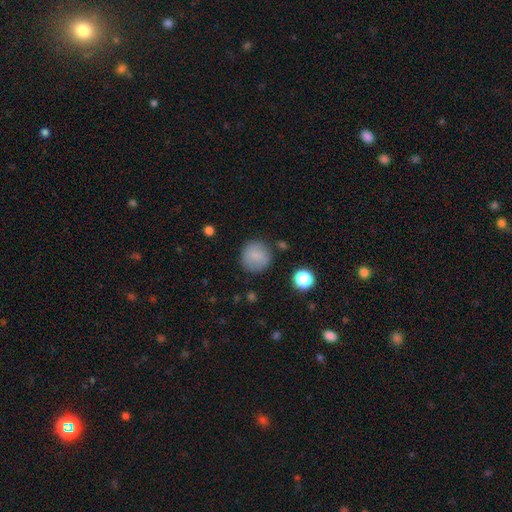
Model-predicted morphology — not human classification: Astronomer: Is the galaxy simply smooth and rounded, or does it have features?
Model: smooth — 84%.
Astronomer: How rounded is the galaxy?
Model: round — 92%.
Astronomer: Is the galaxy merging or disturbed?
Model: none — 83%.